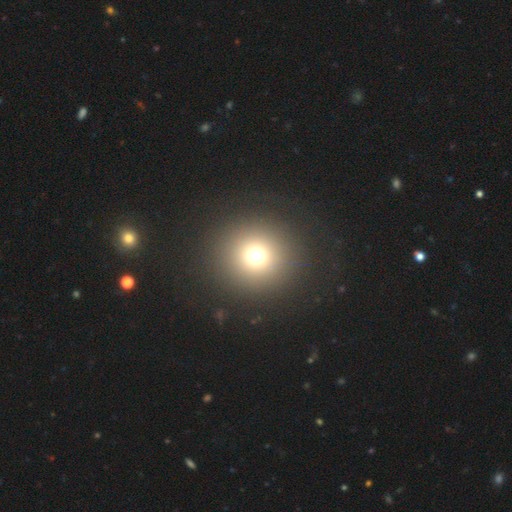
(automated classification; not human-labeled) The model was most divided on "smooth or featured": smooth: 70%, star or artifact: 22%, featured or disk: 9%. More confident: how rounded — round (94%); merging — none (89%).